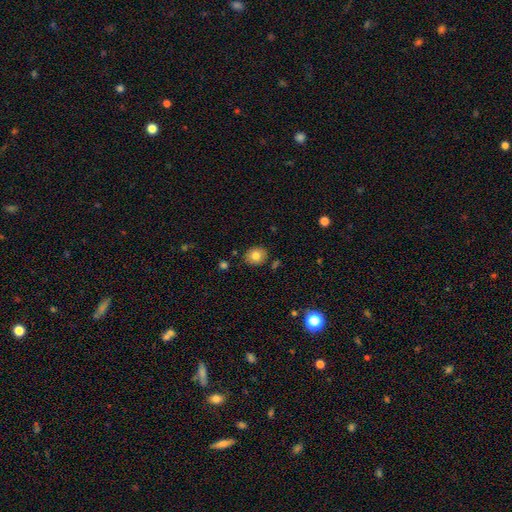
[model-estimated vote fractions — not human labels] This appears to be a smooth galaxy with no disk features (80%) that is round (65%). Merging: none (85%).